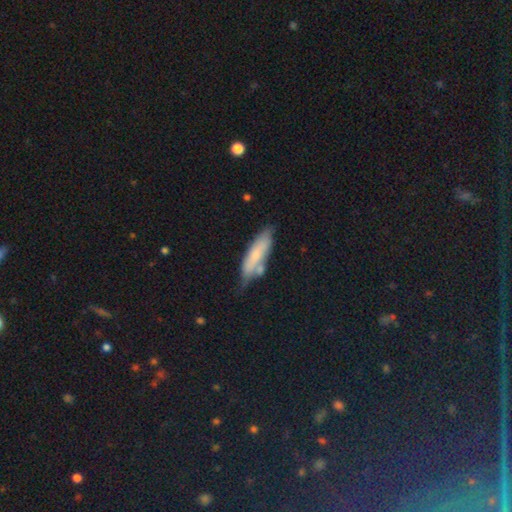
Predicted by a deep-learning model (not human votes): Smooth or featured: smooth — 66% (featured or disk — 27%)
How rounded: cigar-shaped — 58% (in between — 40%)
Merging: none — 53% (minor disturbance — 26%)